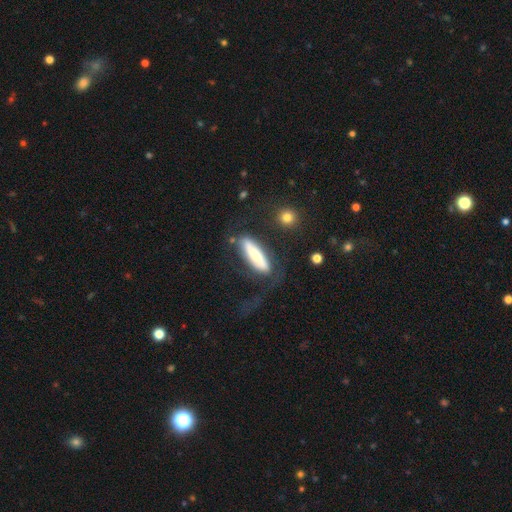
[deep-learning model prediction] Smooth or featured?
  - smooth: 56% *
  - featured or disk: 38%
  - star or artifact: 6%
How rounded?
  - cigar-shaped: 61% *
  - in between: 38%
  - round: 2%
Merging?
  - none: 56% *
  - minor disturbance: 21%
  - major disturbance: 19%
  - merger: 4%